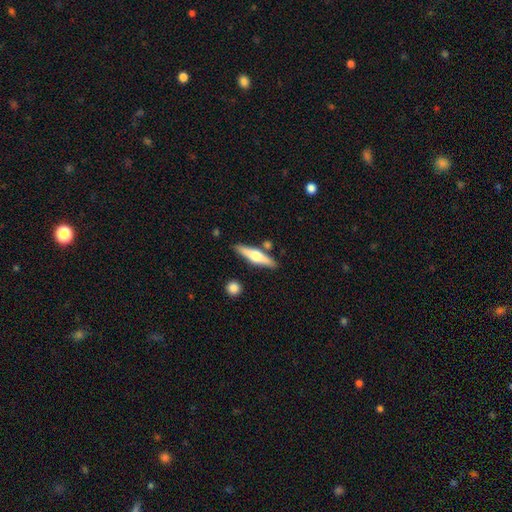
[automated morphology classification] A featured or disk galaxy (55%) viewed edge-on (95%) with a rounded central bulge (90%).

Vote fractions:
- Smooth or featured? featured or disk: 55% / smooth: 40% / star or artifact: 6%
- Edge-on disk? yes: 95% / no: 5%
- Edge-on bulge? rounded: 90% / boxy: 6% / none: 4%
- Merging? none: 83% / minor disturbance: 9% / merger: 6% / major disturbance: 2%